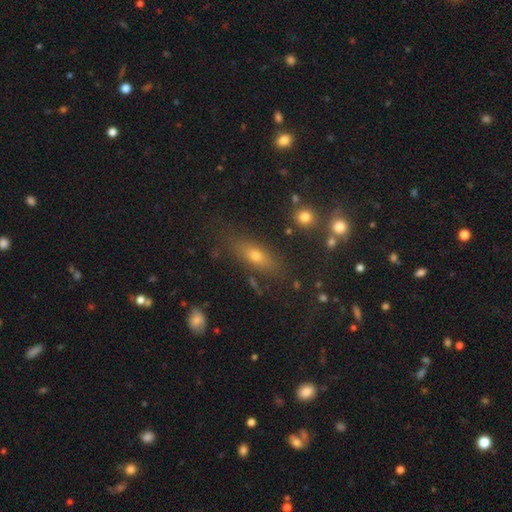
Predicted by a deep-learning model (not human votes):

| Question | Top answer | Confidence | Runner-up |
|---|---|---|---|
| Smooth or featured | smooth | 61% | featured or disk (24%) |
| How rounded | in between | 55% | cigar-shaped (37%) |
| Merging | none | 78% | minor disturbance (13%) |